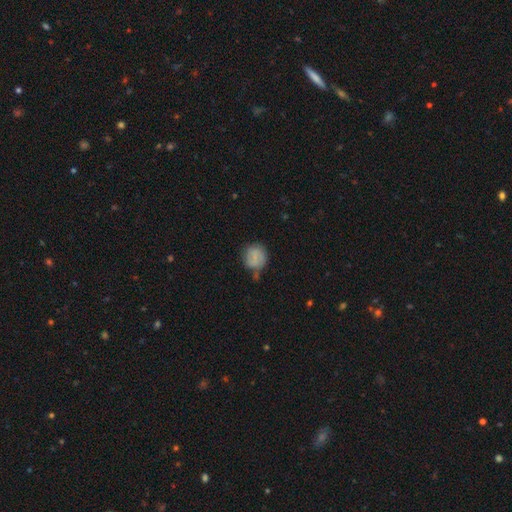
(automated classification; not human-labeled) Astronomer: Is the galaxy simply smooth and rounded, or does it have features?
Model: smooth — 68%.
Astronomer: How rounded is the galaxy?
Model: round — 83%.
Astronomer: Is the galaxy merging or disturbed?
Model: none — 57%.